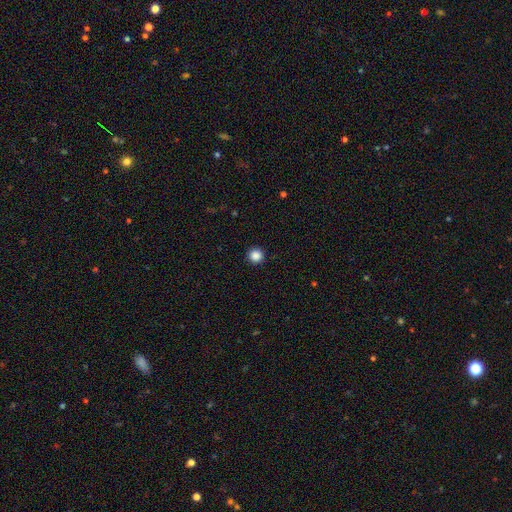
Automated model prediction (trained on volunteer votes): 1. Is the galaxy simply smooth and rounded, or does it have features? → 87% smooth, 11% star or artifact, 3% featured or disk.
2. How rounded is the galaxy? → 96% round, 3% in between, 1% cigar-shaped.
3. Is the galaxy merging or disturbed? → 93% none, 4% minor disturbance, 2% major disturbance, 1% merger.